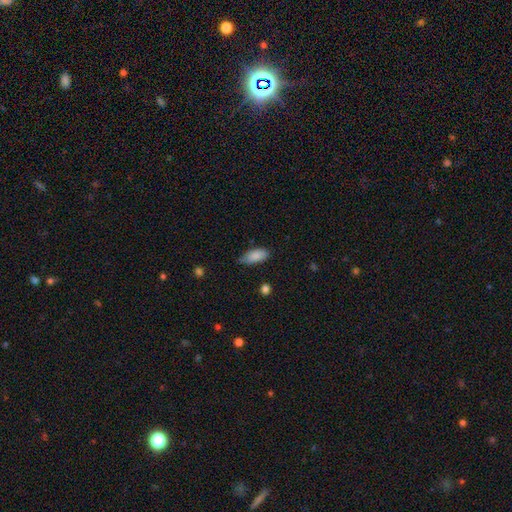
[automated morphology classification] smooth-or-featured: smooth: 87% | featured or disk: 7% | star or artifact: 7%
  how-rounded: in between: 88% | cigar-shaped: 10% | round: 2%
  merging: none: 66% | minor disturbance: 28% | major disturbance: 4% | merger: 2%